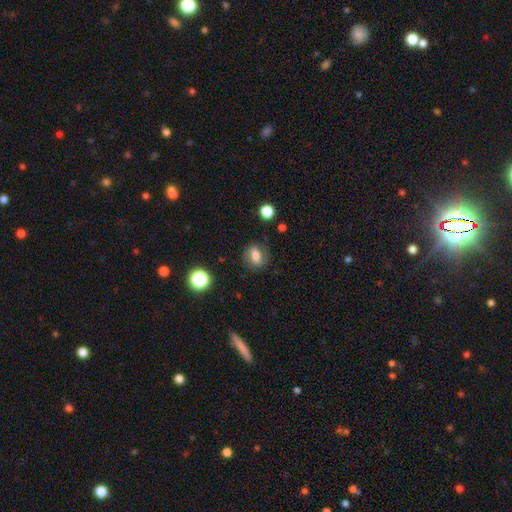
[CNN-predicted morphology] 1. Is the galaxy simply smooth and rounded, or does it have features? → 49% smooth, 40% featured or disk, 11% star or artifact.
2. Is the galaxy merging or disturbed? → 78% none, 14% minor disturbance, 6% major disturbance, 2% merger.